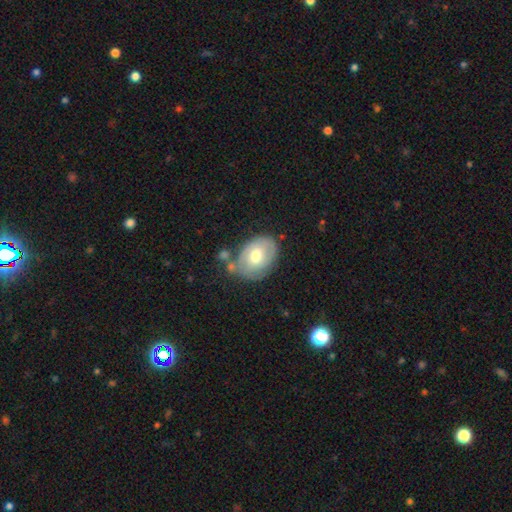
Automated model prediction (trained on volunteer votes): This appears to be a smooth galaxy with no disk features (55%) that is in between round and cigar-shaped (73%). Merging: none (55%).